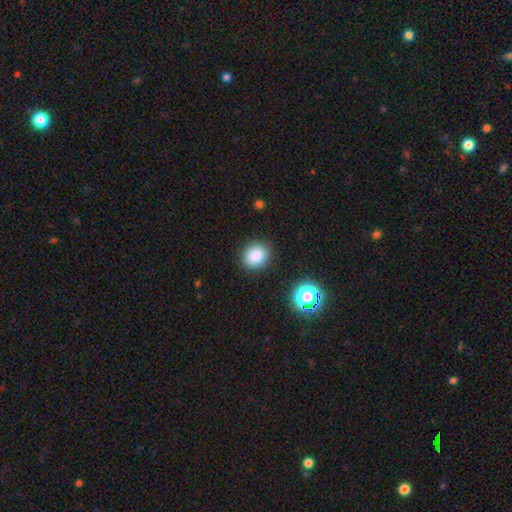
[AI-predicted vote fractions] The model was most divided on "how rounded": round: 68%, in between: 31%, cigar-shaped: 1%. More confident: merging — none (88%); smooth or featured — smooth (84%).